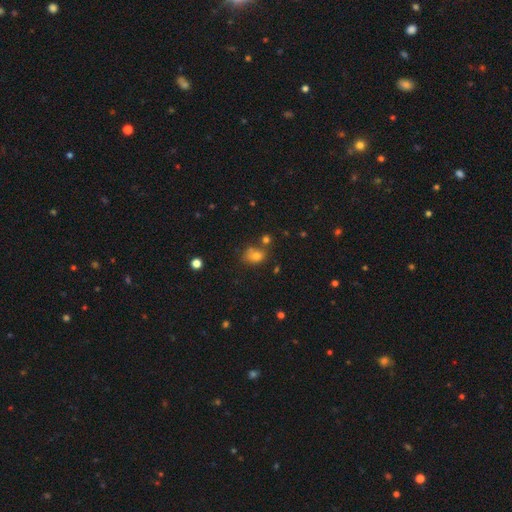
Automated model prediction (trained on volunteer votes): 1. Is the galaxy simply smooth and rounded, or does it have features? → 75% smooth, 16% star or artifact, 9% featured or disk.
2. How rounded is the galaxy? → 55% in between, 43% round, 1% cigar-shaped.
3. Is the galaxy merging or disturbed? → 55% none, 21% minor disturbance, 16% merger, 8% major disturbance.